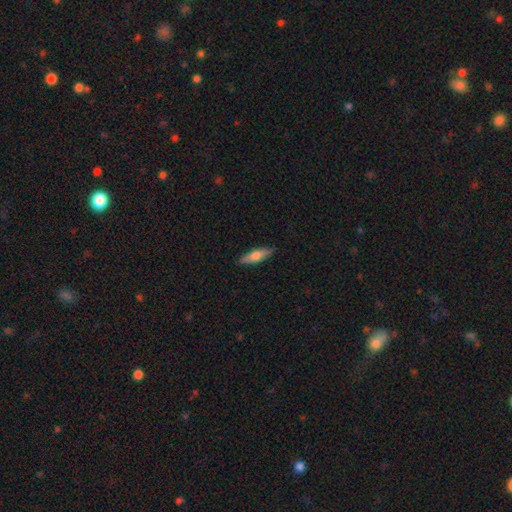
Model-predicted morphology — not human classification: A smooth galaxy with no disk features (64%) that is cigar-shaped (60%). Merging: none (88%).